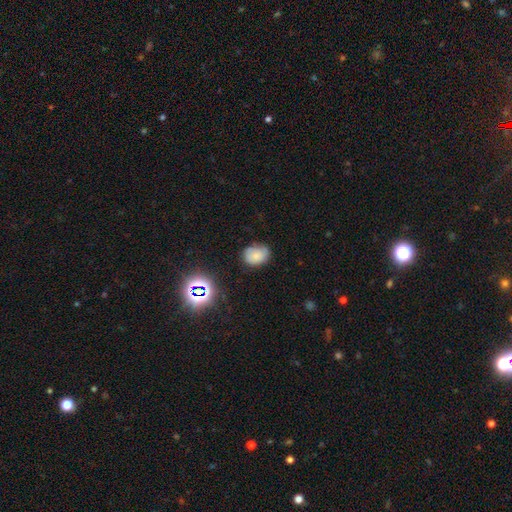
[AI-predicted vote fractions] This is likely a smooth galaxy (74%). How rounded: likely in between (65%). Merging: likely none (68%).